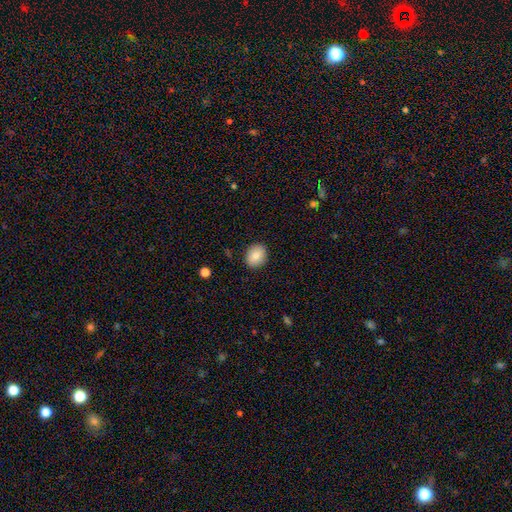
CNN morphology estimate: Smooth or featured? smooth (85%)
How rounded? round (50%)
Merging? none (89%)